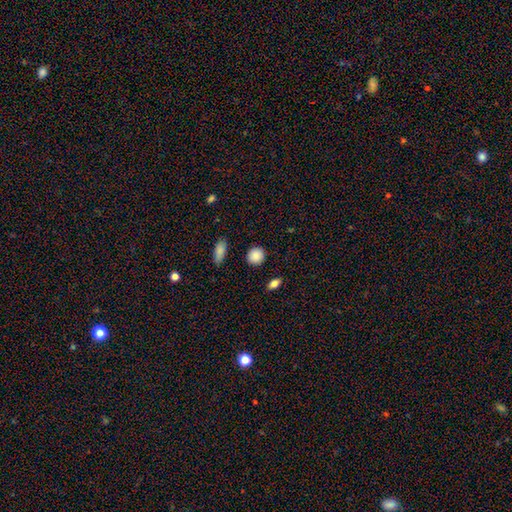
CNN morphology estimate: smooth 88%, star or artifact 8%, featured or disk 4%. Down the decision tree: how rounded — round (88%); merging — none (90%).